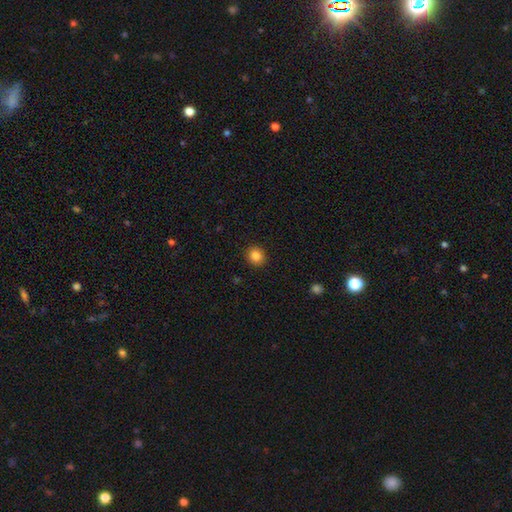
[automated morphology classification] This is clearly a smooth galaxy (85%). How rounded: likely round (79%). Merging: clearly none (91%).